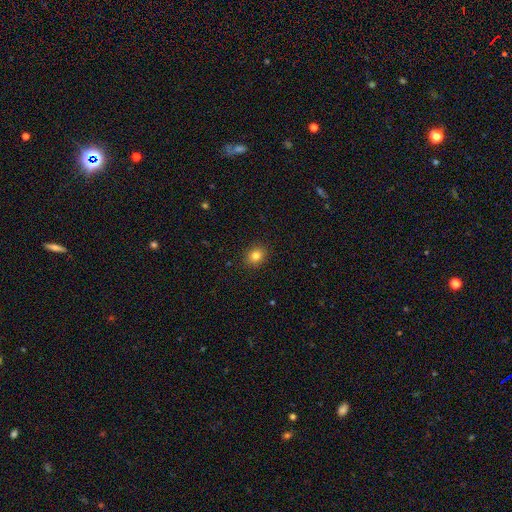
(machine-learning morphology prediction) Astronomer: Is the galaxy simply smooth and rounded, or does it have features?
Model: smooth — 81%.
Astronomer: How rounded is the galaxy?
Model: round — 61% (runner-up: in between, 38%).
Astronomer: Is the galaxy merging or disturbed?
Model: none — 90%.